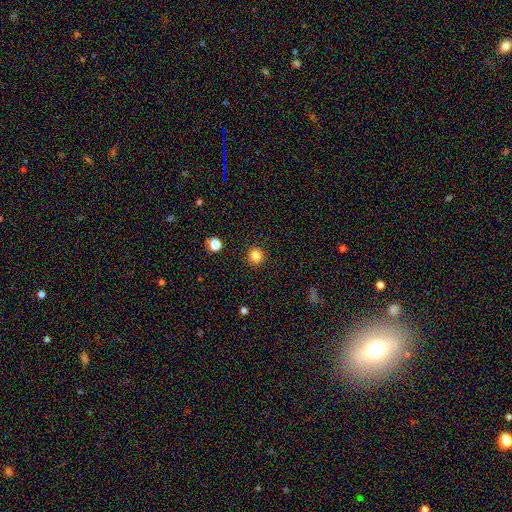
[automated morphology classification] smooth_or_featured: smooth (p=0.83) [alt: star or artifact p=0.12]
how_rounded: round (p=0.94) [alt: in between p=0.05]
merging: none (p=0.92) [alt: minor disturbance p=0.05]